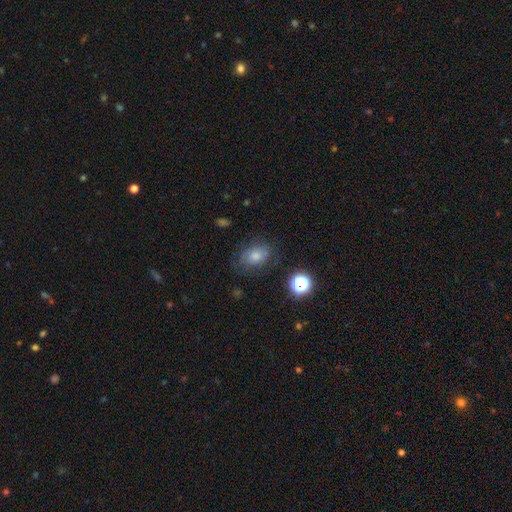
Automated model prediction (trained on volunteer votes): The model was most divided on "smooth or featured": smooth: 57%, featured or disk: 22%, star or artifact: 21%. More confident: merging — none (75%); how rounded — in between (67%).